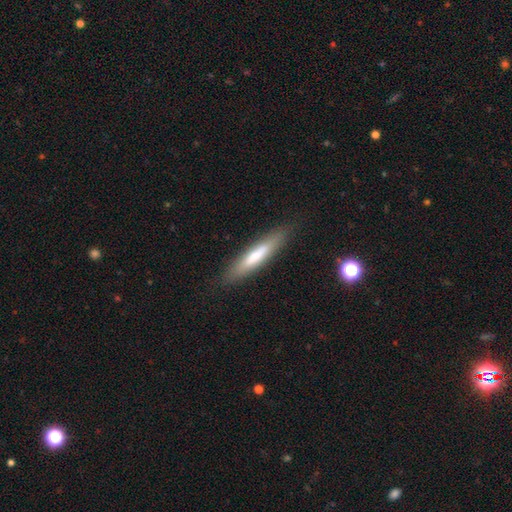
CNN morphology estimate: A smooth galaxy with no disk features (67%) that is cigar-shaped (86%).

Vote fractions:
- Smooth or featured? smooth: 67% / featured or disk: 27% / star or artifact: 6%
- How rounded? cigar-shaped: 86% / in between: 12% / round: 1%
- Merging? none: 85% / minor disturbance: 11% / major disturbance: 3% / merger: 1%